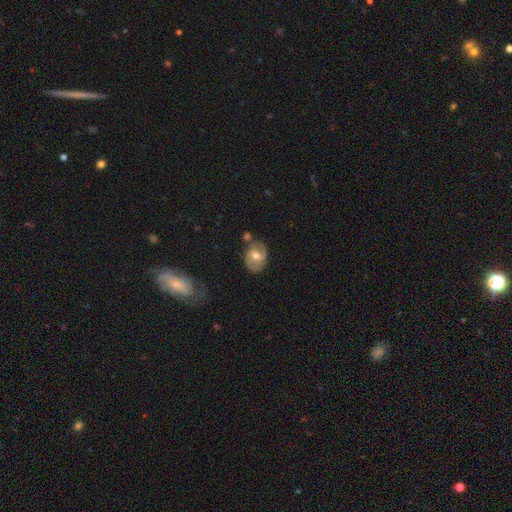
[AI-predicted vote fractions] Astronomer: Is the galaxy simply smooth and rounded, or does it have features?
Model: featured or disk — 53% (runner-up: smooth, 40%).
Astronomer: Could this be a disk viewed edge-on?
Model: no — 95%.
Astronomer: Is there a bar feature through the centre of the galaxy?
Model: no — 50% (runner-up: weak, 38%).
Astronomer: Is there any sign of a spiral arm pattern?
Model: yes — 66%.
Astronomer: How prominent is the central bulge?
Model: moderate — 74%.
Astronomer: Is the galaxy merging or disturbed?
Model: none — 61%.